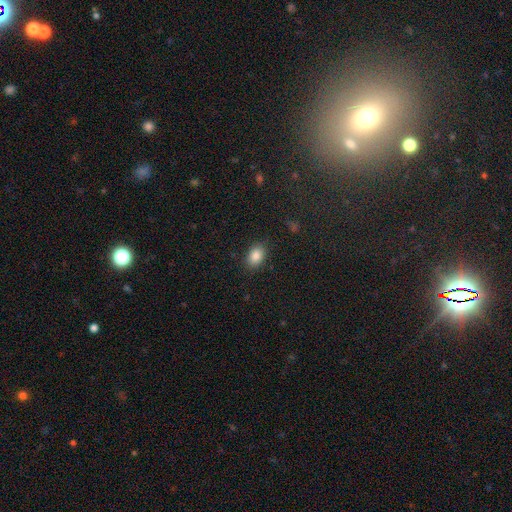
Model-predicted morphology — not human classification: Overall: smooth (87%). How rounded: in between (82%). Merging: none (86%).